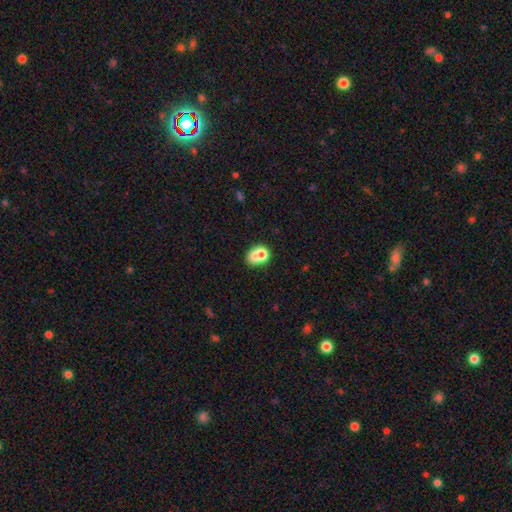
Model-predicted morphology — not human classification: The model was most divided on "how rounded": in between: 51%, round: 48%, cigar-shaped: 1%. Remaining: smooth or featured — smooth (70%); merging — merger (48%).